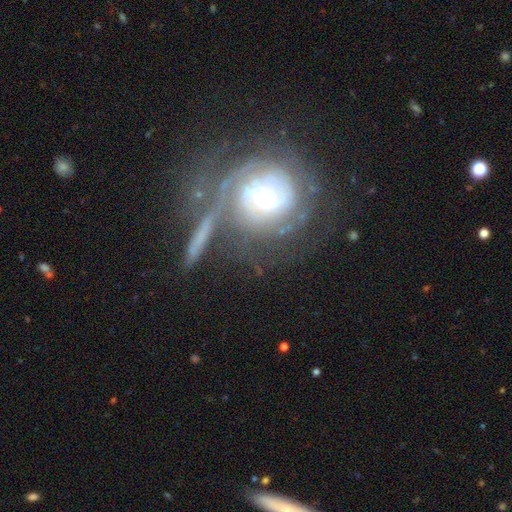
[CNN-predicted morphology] featured or disk 78%, star or artifact 12%, smooth 10%. Down the decision tree: edge-on disk — no (93%); bar — no (59%); spiral arms — yes (90%); spiral arm count — can't tell (37%); spiral winding — tight (71%); bulge size — moderate (43%); merging — none (56%).